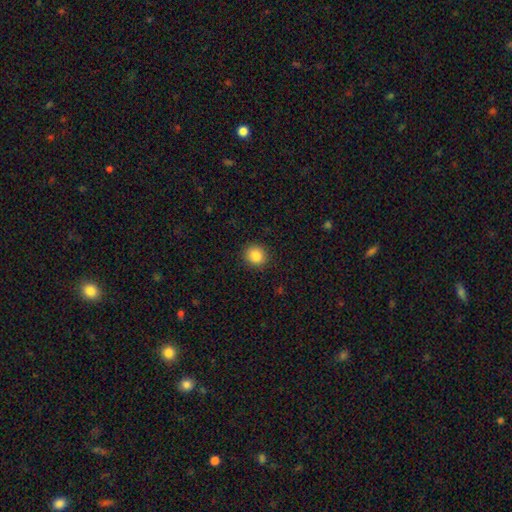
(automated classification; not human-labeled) Overall: smooth (85%). How rounded: round (84%). Merging: none (91%).